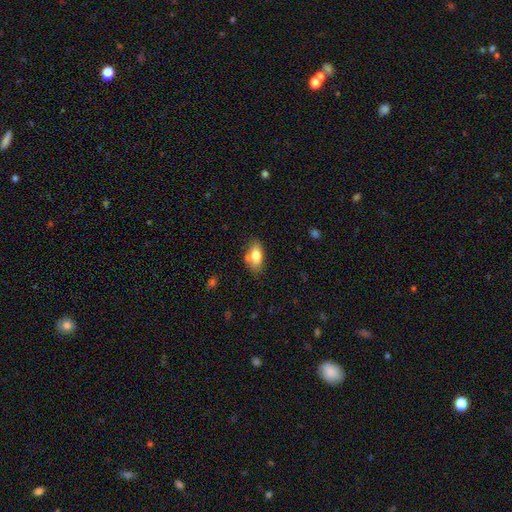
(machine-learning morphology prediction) Smooth or featured: smooth — 78% (featured or disk — 14%)
How rounded: in between — 88% (cigar-shaped — 7%)
Merging: none — 71% (minor disturbance — 18%)